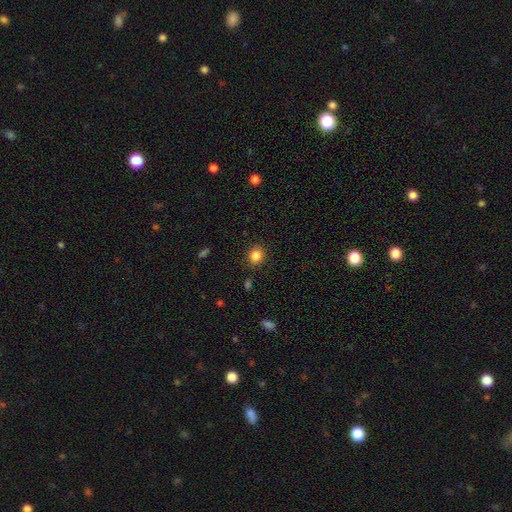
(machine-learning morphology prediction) smooth-or-featured: smooth: 85% | star or artifact: 10% | featured or disk: 4%
  how-rounded: round: 74% | in between: 25% | cigar-shaped: 1%
  merging: none: 86% | minor disturbance: 9% | major disturbance: 3% | merger: 2%